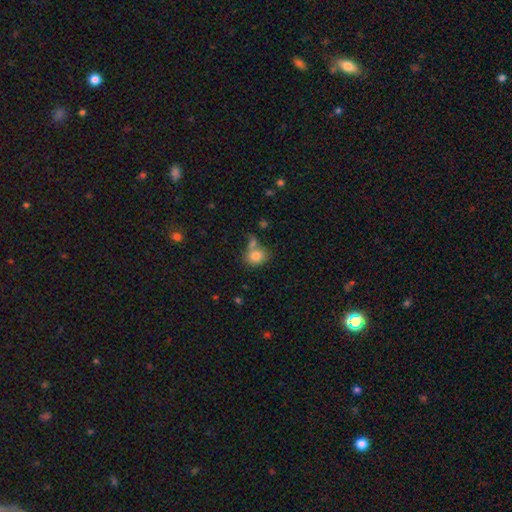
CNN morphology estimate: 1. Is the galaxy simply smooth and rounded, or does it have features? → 81% smooth, 10% featured or disk, 9% star or artifact.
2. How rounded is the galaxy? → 54% round, 45% in between, 1% cigar-shaped.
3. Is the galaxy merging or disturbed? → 47% none, 31% merger, 15% minor disturbance, 7% major disturbance.